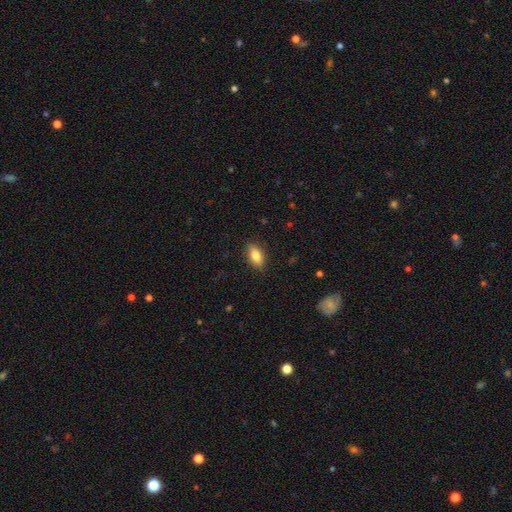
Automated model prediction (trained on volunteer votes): A smooth galaxy with no disk features (78%) that is in between round and cigar-shaped (84%).

Vote fractions:
- Smooth or featured? smooth: 78% / featured or disk: 14% / star or artifact: 7%
- How rounded? in between: 84% / cigar-shaped: 12% / round: 4%
- Merging? none: 86% / minor disturbance: 11% / major disturbance: 2% / merger: 1%